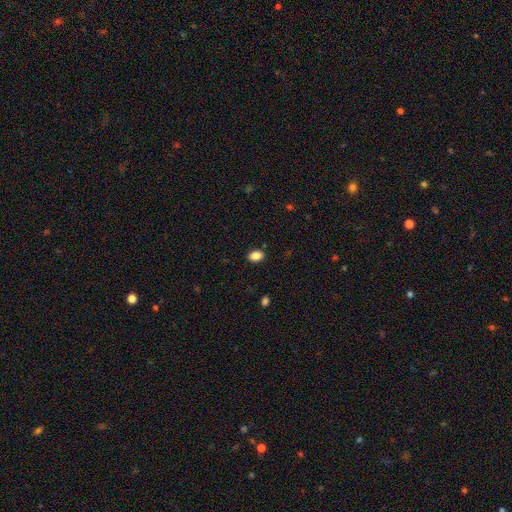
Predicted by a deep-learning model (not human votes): A smooth galaxy with no disk features (87%) that is in between round and cigar-shaped (80%).

Vote fractions:
- Smooth or featured? smooth: 87% / star or artifact: 9% / featured or disk: 4%
- How rounded? in between: 80% / round: 19% / cigar-shaped: 1%
- Merging? none: 88% / minor disturbance: 9% / major disturbance: 2% / merger: 1%